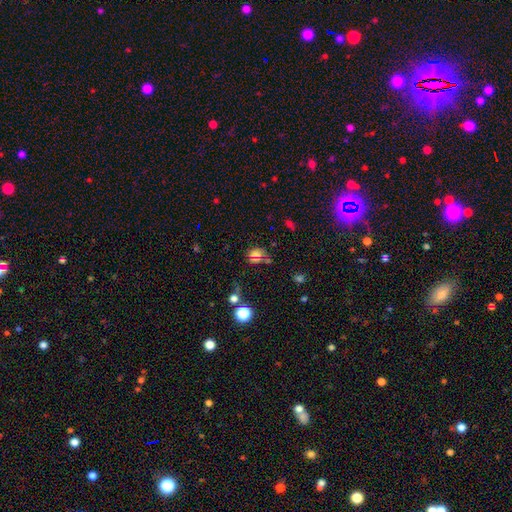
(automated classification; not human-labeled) Smooth or featured? smooth (49%)
Merging? none (58%)